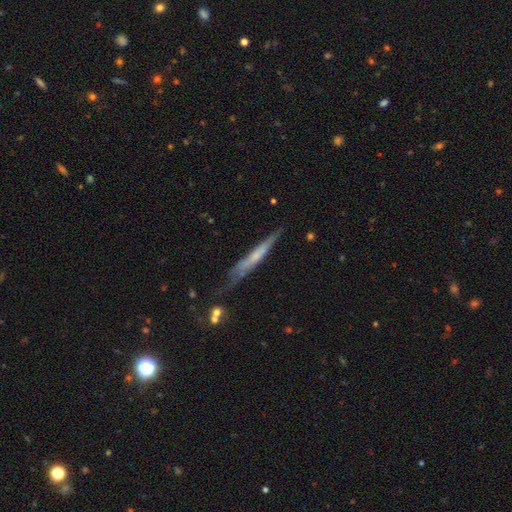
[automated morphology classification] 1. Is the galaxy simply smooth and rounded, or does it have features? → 51% featured or disk, 42% smooth, 7% star or artifact.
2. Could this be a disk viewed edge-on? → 87% yes, 13% no.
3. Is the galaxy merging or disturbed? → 57% none, 27% minor disturbance, 11% major disturbance, 5% merger.